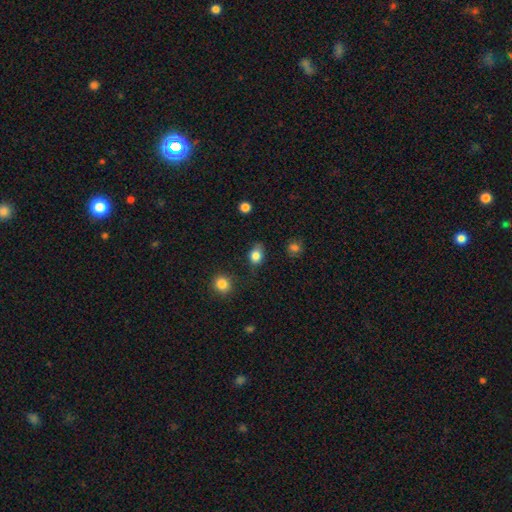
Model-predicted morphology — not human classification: type=smooth (83%); roundness=in between (64%); merging=none (68%).